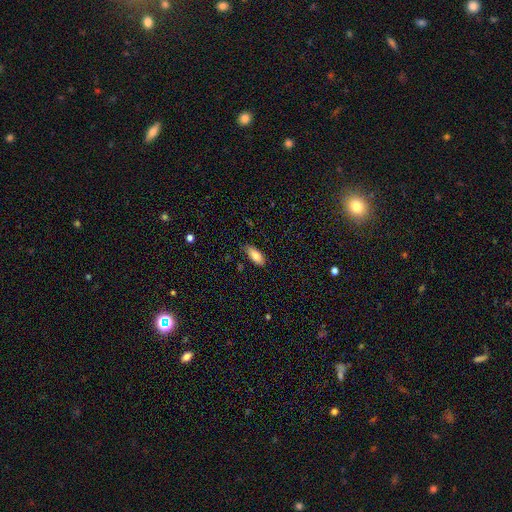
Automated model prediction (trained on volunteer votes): Smooth or featured? Predicted: smooth (p=0.82). How rounded? Predicted: in between (p=0.84). Merging? Predicted: none (p=0.80).